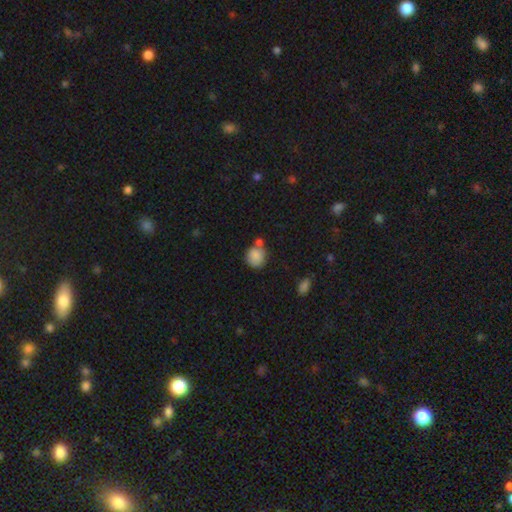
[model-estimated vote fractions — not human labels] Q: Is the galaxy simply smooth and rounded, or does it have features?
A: smooth — 86%.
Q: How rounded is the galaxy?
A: round — 82%.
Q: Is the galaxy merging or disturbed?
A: none — 60%.